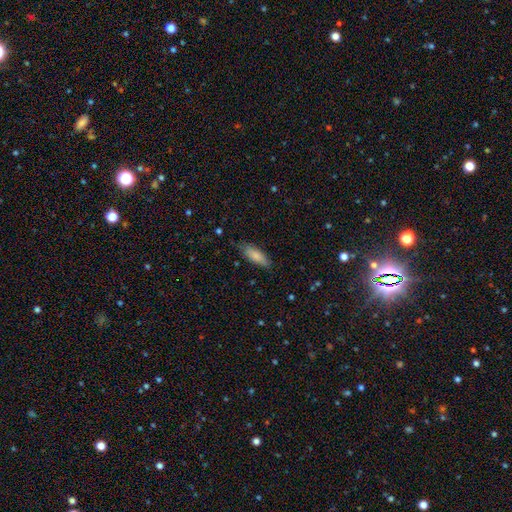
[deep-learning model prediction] smooth_or_featured: smooth (p=0.81) [alt: featured or disk p=0.13]
how_rounded: in between (p=0.63) [alt: cigar-shaped p=0.35]
merging: none (p=0.74) [alt: minor disturbance p=0.21]